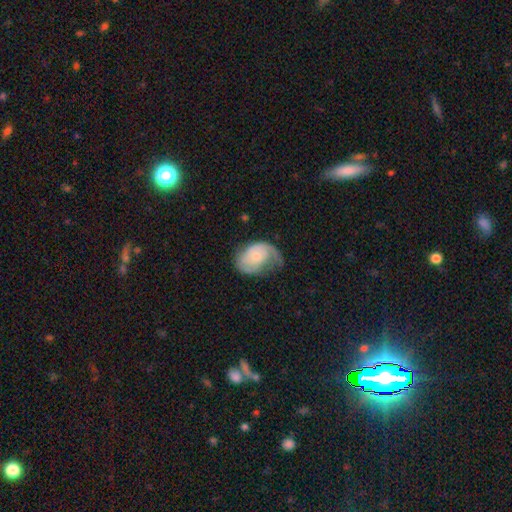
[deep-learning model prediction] This appears to be a featured or disk galaxy (67%) with no bar (75%), 2 (40%) tight (43%) spiral arms (88%) and a small central bulge (56%). Merging: none (40%).